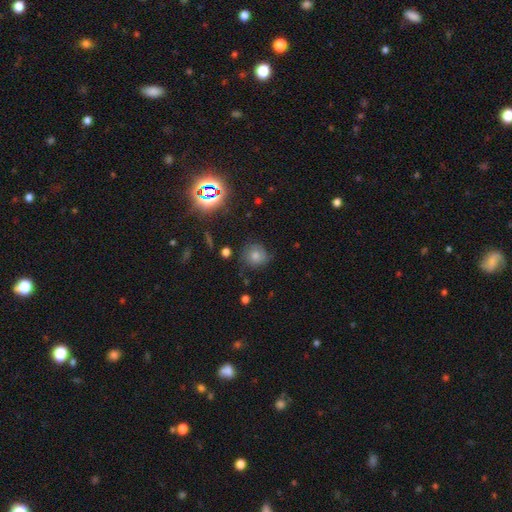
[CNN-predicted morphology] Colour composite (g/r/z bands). It shows a smooth galaxy with no disk features (58%) that is round (86%). Merging: none (71%).